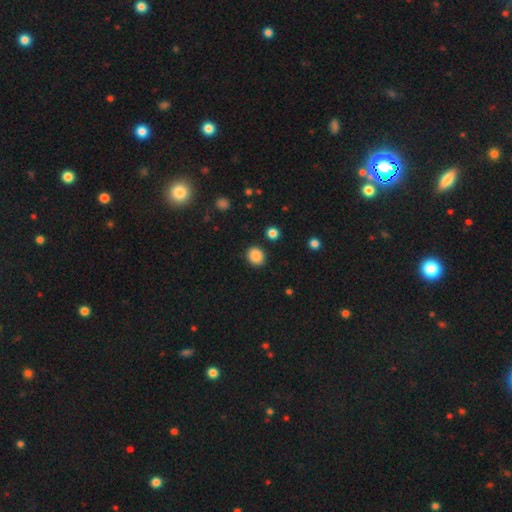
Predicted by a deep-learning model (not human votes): Smooth or featured? Predicted: smooth (p=0.87). How rounded? Predicted: round (p=0.74). Merging? Predicted: none (p=0.89).